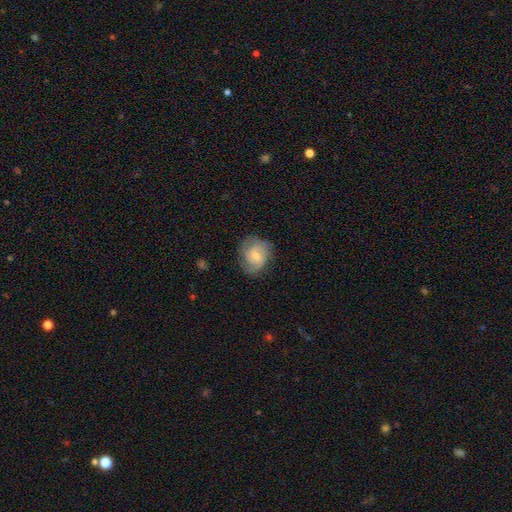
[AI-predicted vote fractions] A featured or disk galaxy (57%) with a weak bar (49%), spiral arms (87%) and a small central bulge (55%).

Vote fractions:
- Smooth or featured? featured or disk: 57% / smooth: 36% / star or artifact: 7%
- Edge-on disk? no: 97% / yes: 3%
- Bar? weak: 49% / no: 42% / strong: 9%
- Spiral arms? yes: 87% / no: 13%
- Bulge size? small: 55% / moderate: 38% / none: 4% / large: 2% / dominant: 1%
- Merging? none: 67% / minor disturbance: 23% / major disturbance: 9% / merger: 1%